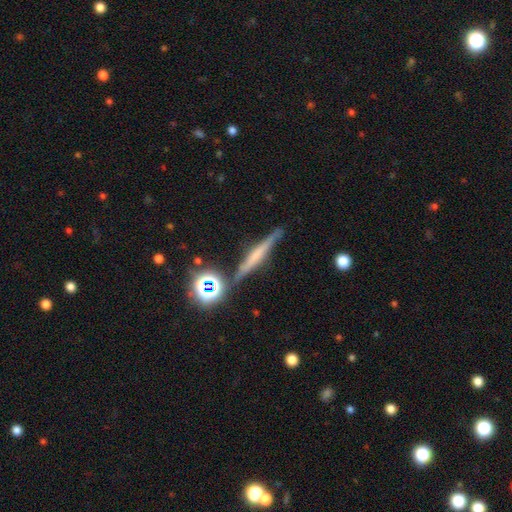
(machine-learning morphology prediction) Overall: featured or disk (50%; smooth 35%). Edge-on disk: yes (95%). Merging: none (83%).